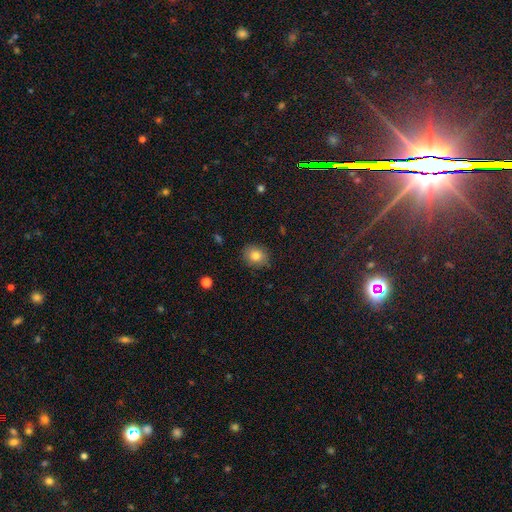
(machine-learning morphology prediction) Smooth or featured: smooth — 81% (star or artifact — 10%)
How rounded: round — 69% (in between — 30%)
Merging: none — 85% (minor disturbance — 11%)